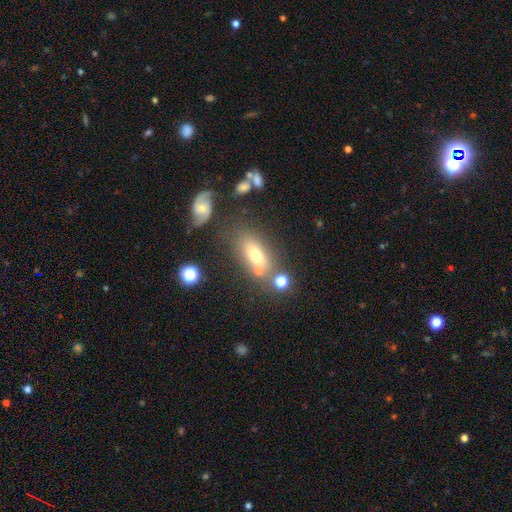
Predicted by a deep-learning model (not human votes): A smooth galaxy with no disk features (59%) that is in between round and cigar-shaped (71%).

Vote fractions:
- Smooth or featured? smooth: 59% / featured or disk: 27% / star or artifact: 14%
- How rounded? in between: 71% / round: 15% / cigar-shaped: 13%
- Merging? none: 57% / merger: 20% / minor disturbance: 16% / major disturbance: 8%